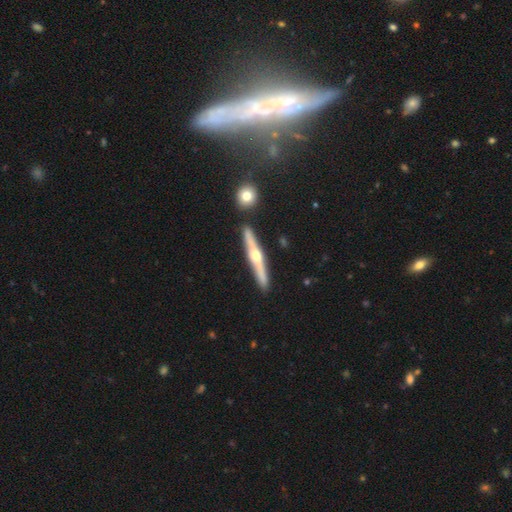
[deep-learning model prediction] This appears to be a featured or disk galaxy (73%) viewed edge-on (97%) with a rounded central bulge (90%). Merging: none (88%).